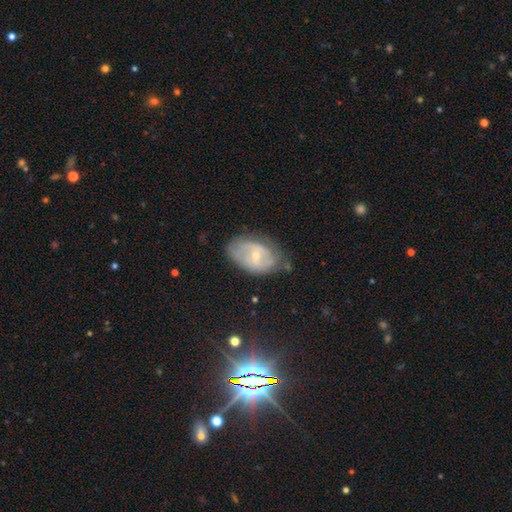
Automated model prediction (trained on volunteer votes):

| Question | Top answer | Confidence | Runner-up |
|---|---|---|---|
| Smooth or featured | featured or disk | 67% | smooth (26%) |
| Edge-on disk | no | 95% | yes (5%) |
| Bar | no | 58% | weak (34%) |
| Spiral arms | yes | 72% | no (28%) |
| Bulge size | small | 62% | moderate (34%) |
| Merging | none | 61% | minor disturbance (28%) |